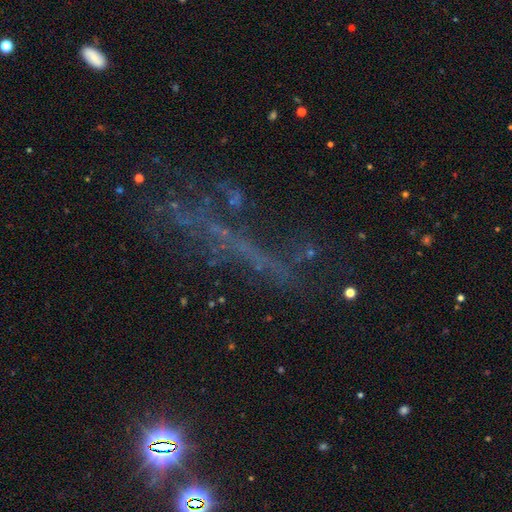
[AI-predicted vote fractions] Smooth or featured: star or artifact — 47% (featured or disk — 33%)